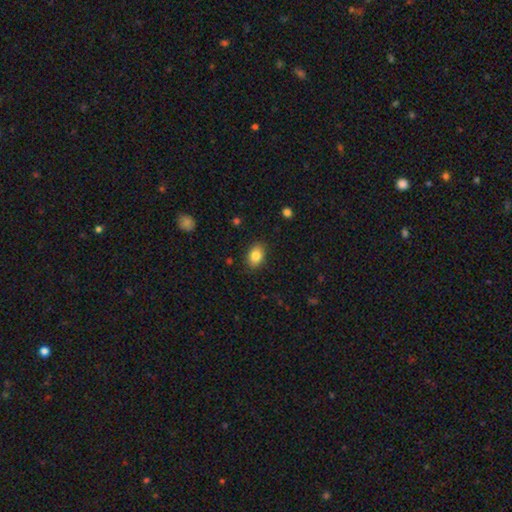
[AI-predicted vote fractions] Smooth or featured?
  - smooth: 84% *
  - star or artifact: 8%
  - featured or disk: 8%
How rounded?
  - in between: 77% *
  - round: 22%
  - cigar-shaped: 1%
Merging?
  - none: 86% *
  - minor disturbance: 11%
  - major disturbance: 3%
  - merger: 1%